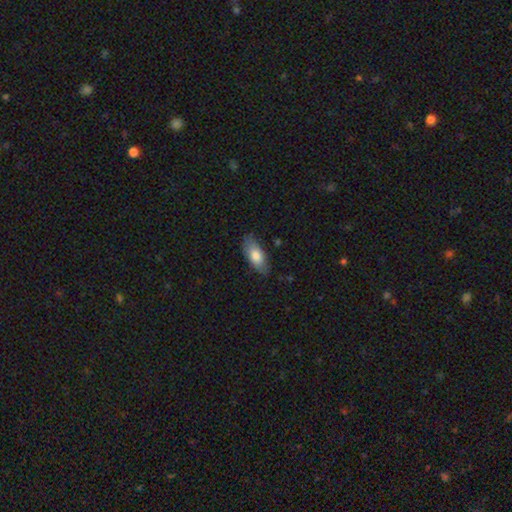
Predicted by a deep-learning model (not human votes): The model was most divided on "merging": none: 78%, minor disturbance: 18%, major disturbance: 3%, merger: 1%. More confident: how rounded — in between (87%); smooth or featured — smooth (77%).